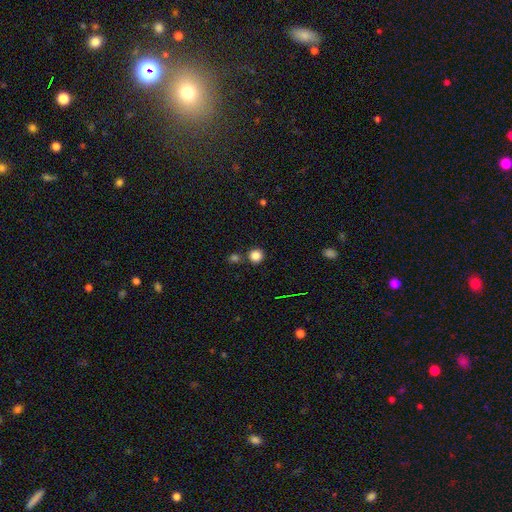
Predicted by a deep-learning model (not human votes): smooth_or_featured: smooth (p=0.83) [alt: star or artifact p=0.12]
how_rounded: round (p=0.94) [alt: in between p=0.05]
merging: none (p=0.81) [alt: merger p=0.10]